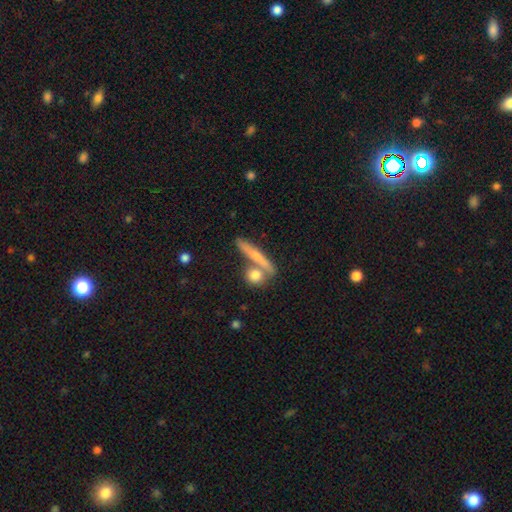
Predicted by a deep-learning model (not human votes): smooth_or_featured: smooth (p=0.57) [alt: featured or disk p=0.36]
how_rounded: cigar-shaped (p=0.77) [alt: in between p=0.12]
merging: none (p=0.66) [alt: merger p=0.20]